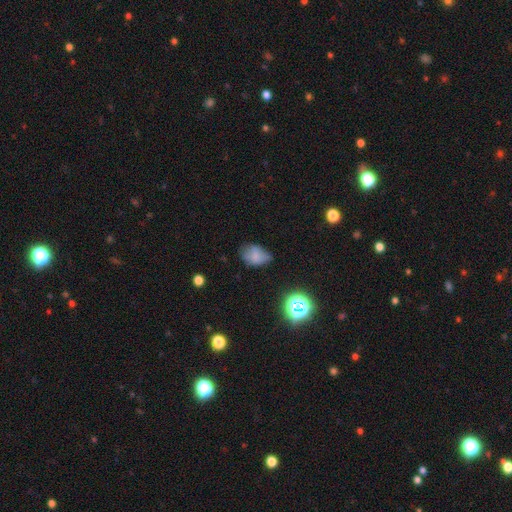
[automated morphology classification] Smooth or featured?
  - smooth: 71% *
  - star or artifact: 15%
  - featured or disk: 15%
How rounded?
  - in between: 78% *
  - round: 20%
  - cigar-shaped: 1%
Merging?
  - none: 50% *
  - minor disturbance: 36%
  - major disturbance: 12%
  - merger: 2%